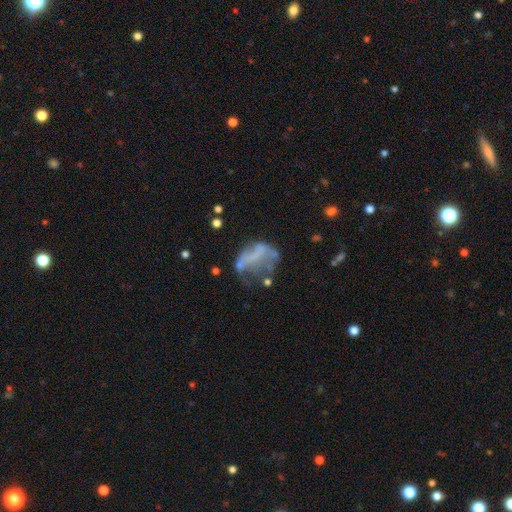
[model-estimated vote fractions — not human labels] Q: Smooth or featured?
A: featured or disk (52%); runner-up: smooth (33%)
Q: Edge-on disk?
A: no (96%); runner-up: yes (4%)
Q: Bar?
A: no (73%); runner-up: weak (16%)
Q: Spiral arms?
A: no (83%); runner-up: yes (17%)
Q: Bulge size?
A: none (76%); runner-up: small (12%)
Q: Merging?
A: major disturbance (40%); runner-up: none (28%)